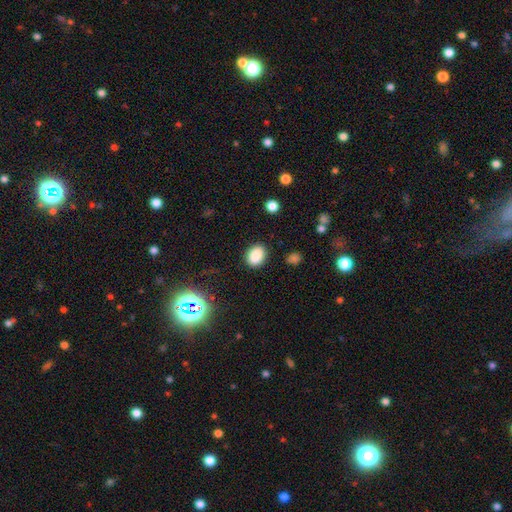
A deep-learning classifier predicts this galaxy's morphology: Smooth or featured: smooth — 85% (star or artifact — 10%)
How rounded: in between — 65% (round — 34%)
Merging: none — 86% (minor disturbance — 9%)